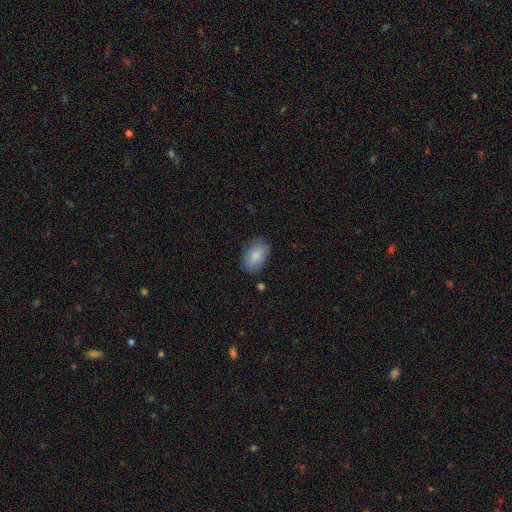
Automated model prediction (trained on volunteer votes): This is clearly a smooth galaxy (85%). How rounded: clearly in between (91%). Merging: likely none (79%).